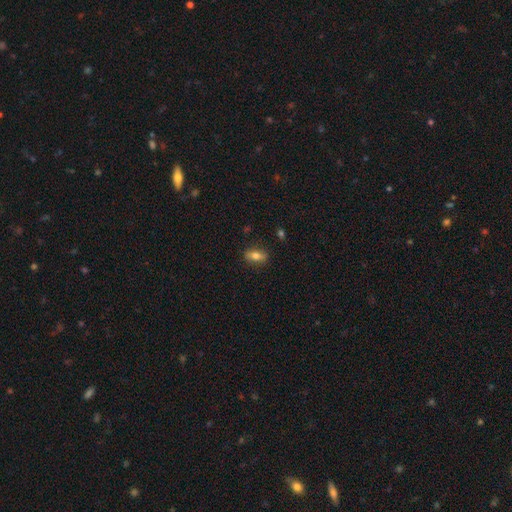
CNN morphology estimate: Overall: smooth (71%). How rounded: in between (76%). Merging: none (85%).